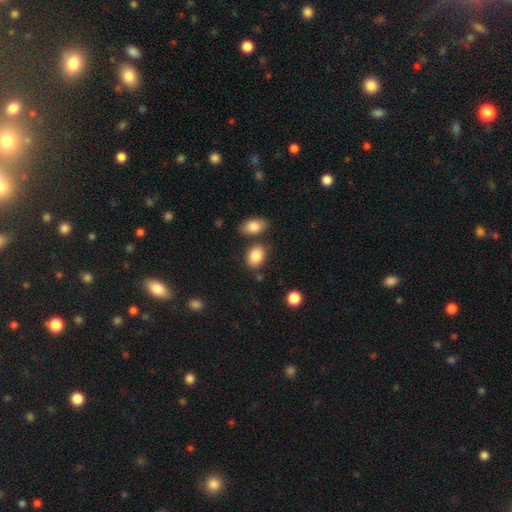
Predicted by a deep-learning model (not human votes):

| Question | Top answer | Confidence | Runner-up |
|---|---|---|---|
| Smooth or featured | smooth | 86% | star or artifact (7%) |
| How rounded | in between | 78% | round (20%) |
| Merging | none | 70% | merger (13%) |